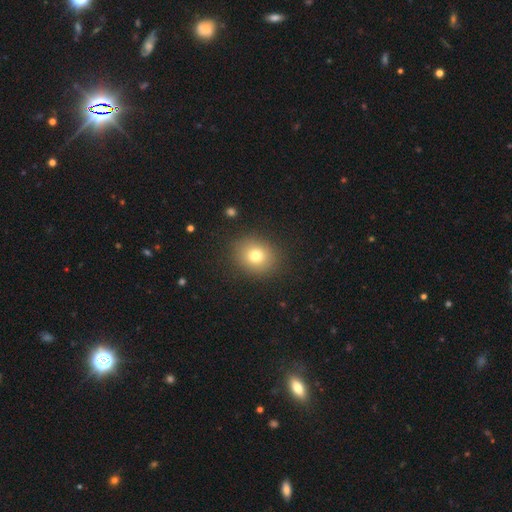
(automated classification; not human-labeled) A smooth galaxy with no disk features (76%) that is round (66%).

Vote fractions:
- Smooth or featured? smooth: 76% / star or artifact: 13% / featured or disk: 11%
- How rounded? round: 66% / in between: 33% / cigar-shaped: 1%
- Merging? none: 87% / minor disturbance: 8% / major disturbance: 3% / merger: 1%